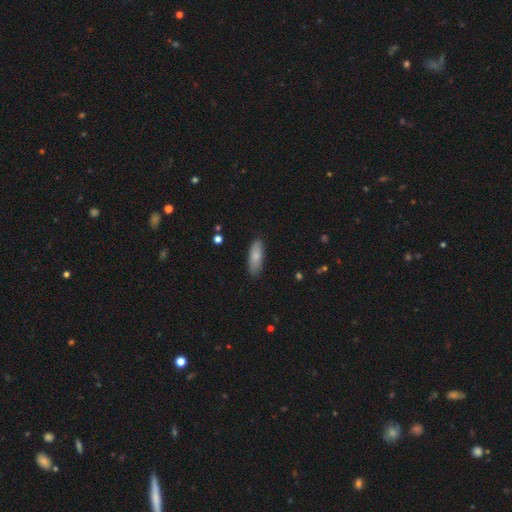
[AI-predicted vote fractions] This appears to be a smooth galaxy with no disk features (81%) that is in between round and cigar-shaped (68%). Merging: none (83%).